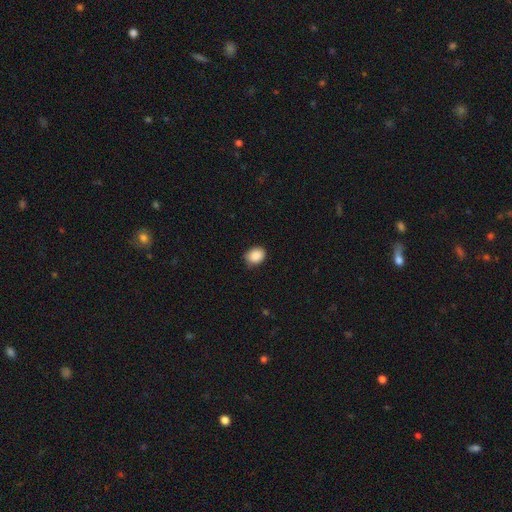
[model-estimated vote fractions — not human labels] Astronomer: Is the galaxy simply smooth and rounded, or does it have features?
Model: smooth — 89%.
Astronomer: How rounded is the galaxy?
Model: in between — 52% (runner-up: round, 47%).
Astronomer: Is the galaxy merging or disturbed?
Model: none — 76%.